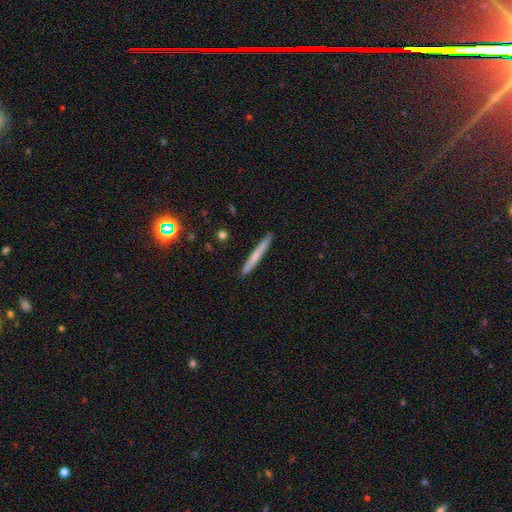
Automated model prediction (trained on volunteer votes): Smooth or featured? smooth (58%)
How rounded? cigar-shaped (96%)
Merging? none (92%)